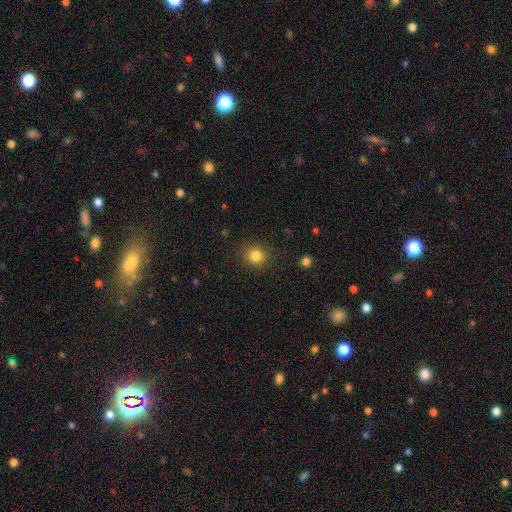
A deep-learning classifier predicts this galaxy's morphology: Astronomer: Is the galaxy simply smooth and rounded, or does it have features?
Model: smooth — 83%.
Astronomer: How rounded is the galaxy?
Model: round — 88%.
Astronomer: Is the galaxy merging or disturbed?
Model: none — 88%.